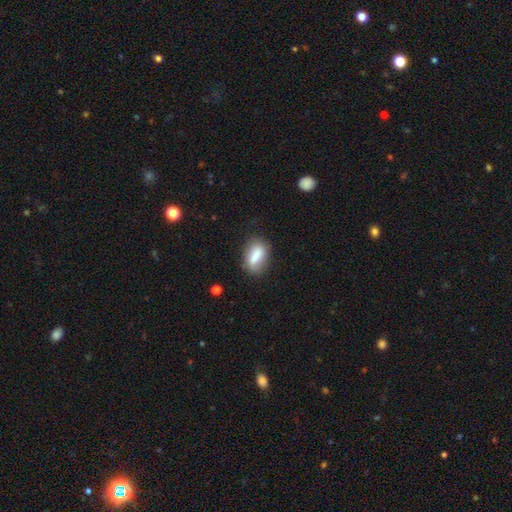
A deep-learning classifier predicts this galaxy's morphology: This appears to be a smooth galaxy with no disk features (78%) that is in between round and cigar-shaped (82%). Merging: none (73%).